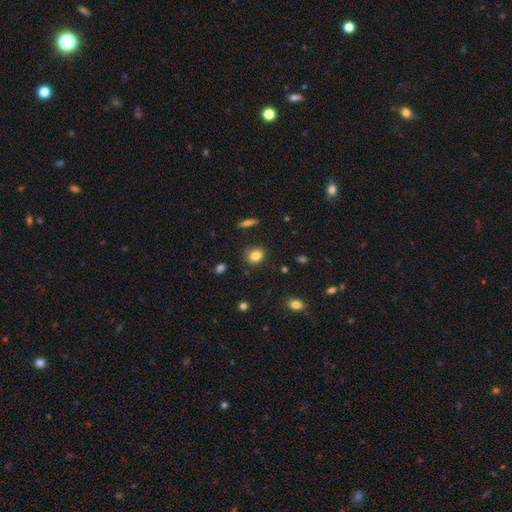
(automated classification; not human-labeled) Smooth or featured? smooth (82%)
How rounded? round (56%)
Merging? none (79%)